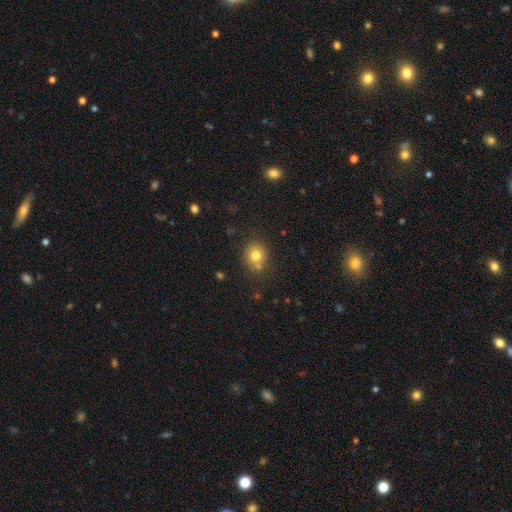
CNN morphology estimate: A smooth galaxy with no disk features (77%) that is round (76%).

Vote fractions:
- Smooth or featured? smooth: 77% / star or artifact: 13% / featured or disk: 9%
- How rounded? round: 76% / in between: 23% / cigar-shaped: 1%
- Merging? none: 72% / merger: 13% / minor disturbance: 12% / major disturbance: 3%